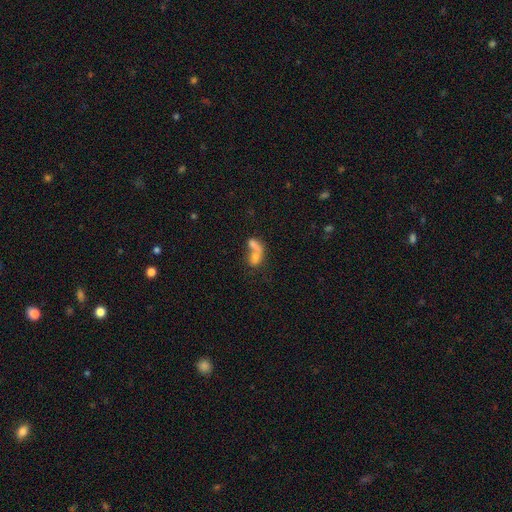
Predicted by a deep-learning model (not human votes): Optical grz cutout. It shows a smooth galaxy with no disk features (63%) that is in between round and cigar-shaped (67%). Merging: merger (67%).